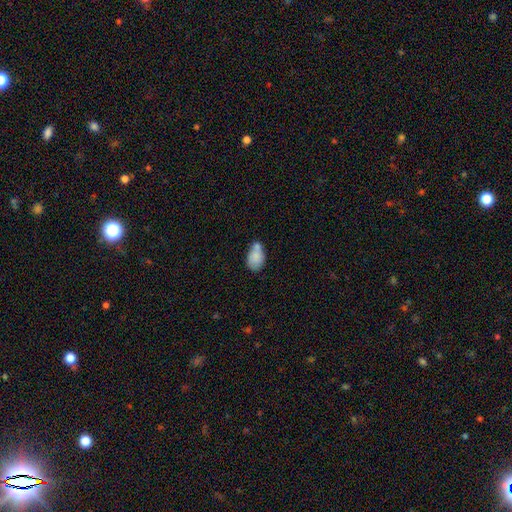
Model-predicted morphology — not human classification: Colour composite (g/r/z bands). It shows a smooth galaxy with no disk features (79%) that is in between round and cigar-shaped (85%). Merging: none (35%).